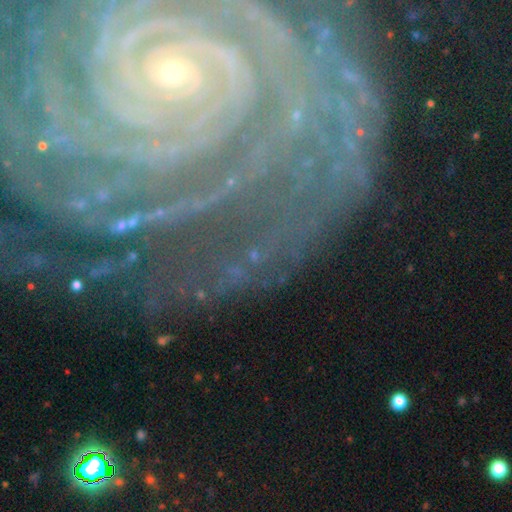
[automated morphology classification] type=featured or disk (62%); edge-on=no (89%); bar=no (41%); spiral arms=yes (89%); bulge=small (60%); merging=none (71%).